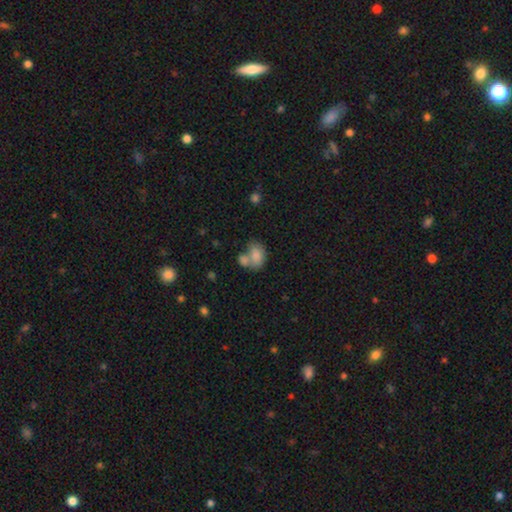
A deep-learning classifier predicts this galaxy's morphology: This appears to be a smooth galaxy with no disk features (80%) that is in between round and cigar-shaped (82%). Merging: merger (51%).